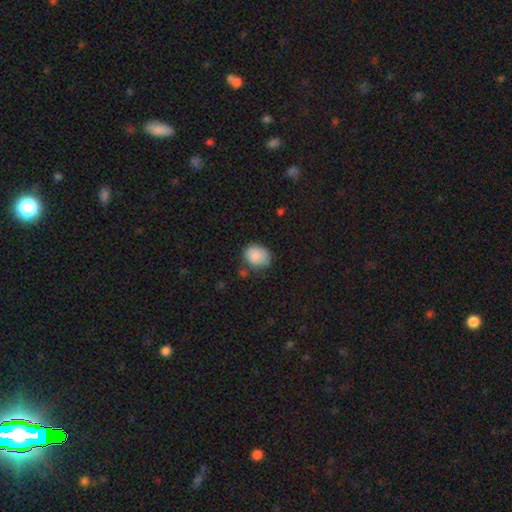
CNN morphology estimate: Smooth or featured?
  - smooth: 86% *
  - star or artifact: 8%
  - featured or disk: 6%
How rounded?
  - in between: 54% *
  - round: 45%
  - cigar-shaped: 1%
Merging?
  - none: 61% *
  - minor disturbance: 27%
  - major disturbance: 7%
  - merger: 5%